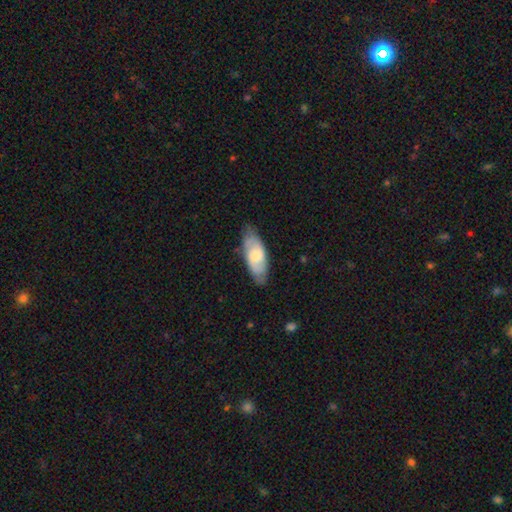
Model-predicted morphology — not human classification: Smooth or featured?
  - smooth: 52% *
  - featured or disk: 42%
  - star or artifact: 6%
How rounded?
  - in between: 80% *
  - cigar-shaped: 17%
  - round: 2%
Merging?
  - none: 72% *
  - minor disturbance: 21%
  - major disturbance: 5%
  - merger: 1%